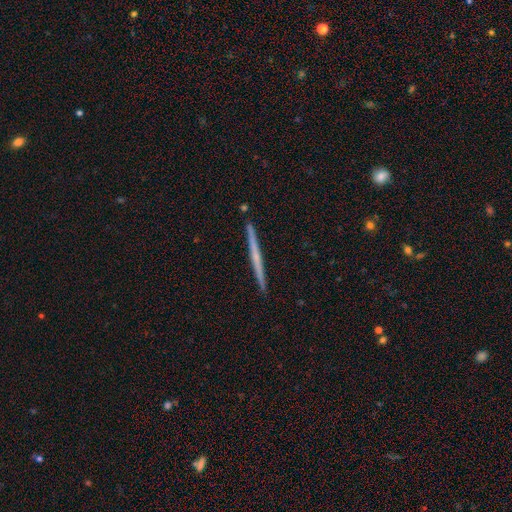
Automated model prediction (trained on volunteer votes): Smooth or featured?
  - featured or disk: 59% *
  - smooth: 35%
  - star or artifact: 6%
Edge-on disk?
  - yes: 98% *
  - no: 2%
Edge-on bulge?
  - none: 74% *
  - rounded: 21%
  - boxy: 5%
Merging?
  - none: 92% *
  - minor disturbance: 5%
  - merger: 1%
  - major disturbance: 1%